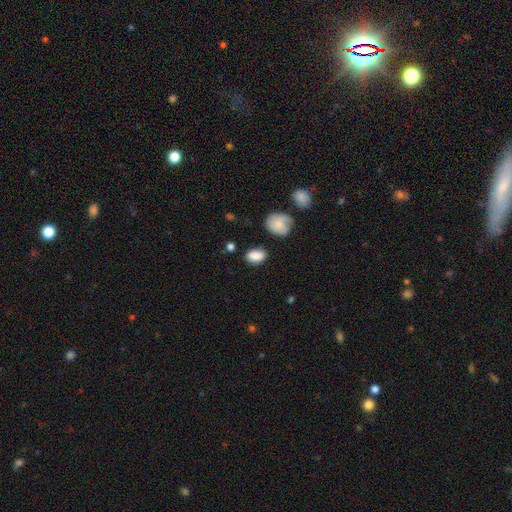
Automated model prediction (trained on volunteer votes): Smooth or featured? Predicted: smooth (p=0.87). How rounded? Predicted: in between (p=0.82). Merging? Predicted: none (p=0.79).